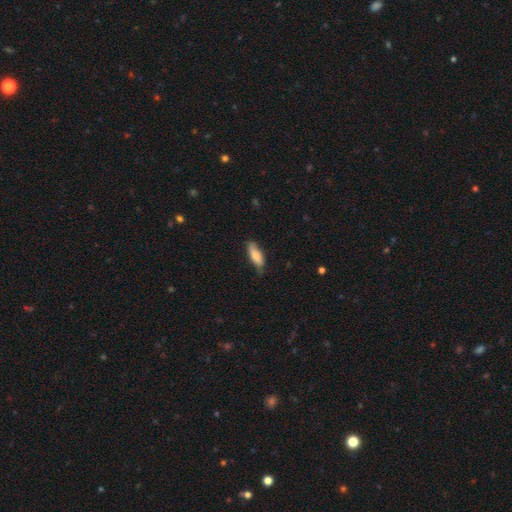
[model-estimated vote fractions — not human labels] smooth-or-featured: smooth: 81% | featured or disk: 13% | star or artifact: 6%
  how-rounded: in between: 68% | cigar-shaped: 30% | round: 2%
  merging: none: 62% | minor disturbance: 31% | major disturbance: 5% | merger: 2%